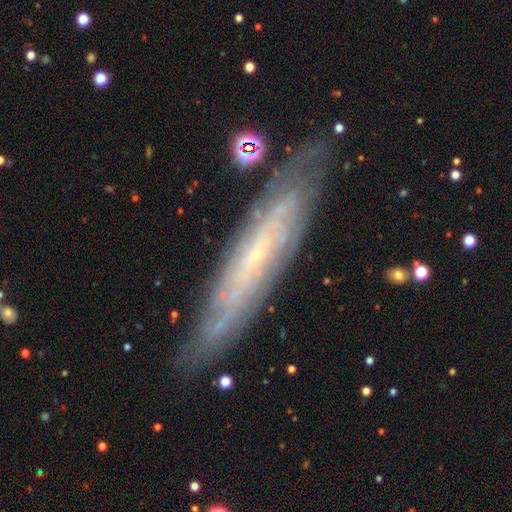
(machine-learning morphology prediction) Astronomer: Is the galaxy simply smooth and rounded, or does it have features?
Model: featured or disk — 73%.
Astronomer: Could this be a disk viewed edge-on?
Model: no — 52% (runner-up: yes, 48%).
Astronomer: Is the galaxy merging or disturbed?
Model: none — 82%.